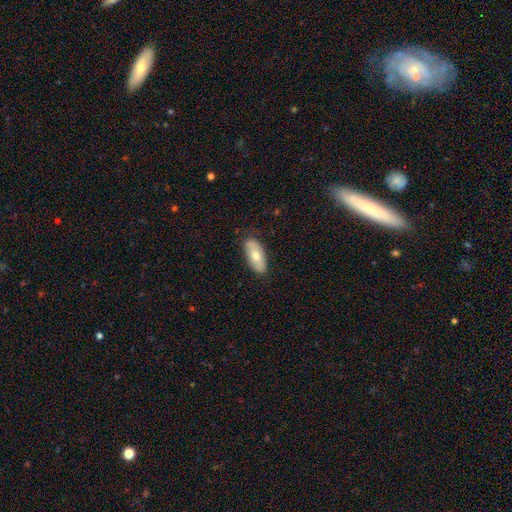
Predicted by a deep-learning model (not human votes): Smooth or featured? smooth (66%)
How rounded? in between (86%)
Merging? none (83%)